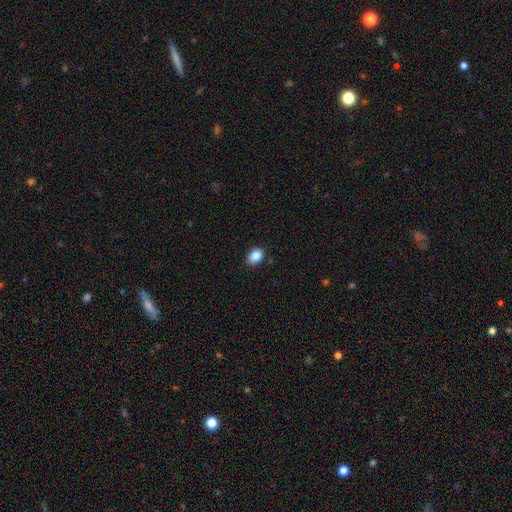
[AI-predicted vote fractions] Smooth or featured? smooth (88%)
How rounded? in between (76%)
Merging? none (85%)